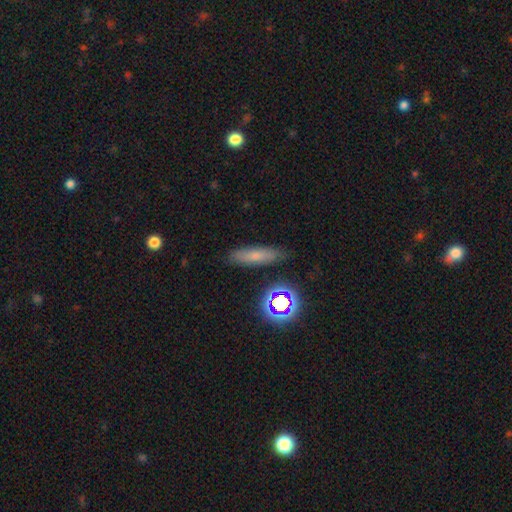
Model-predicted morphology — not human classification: smooth 67%, featured or disk 18%, star or artifact 15%. Down the decision tree: how rounded — cigar-shaped (67%); merging — none (84%).